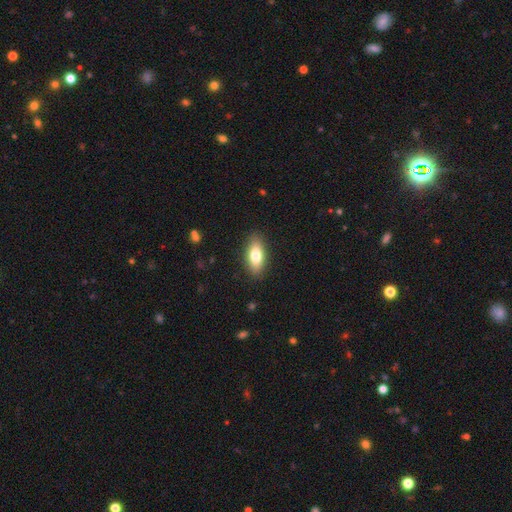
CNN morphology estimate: A smooth galaxy with no disk features (77%) that is in between round and cigar-shaped (82%).

Vote fractions:
- Smooth or featured? smooth: 77% / featured or disk: 16% / star or artifact: 7%
- How rounded? in between: 82% / cigar-shaped: 15% / round: 3%
- Merging? none: 88% / minor disturbance: 9% / major disturbance: 2% / merger: 1%